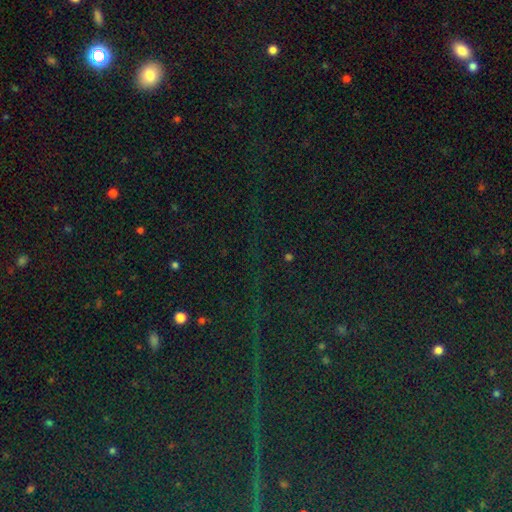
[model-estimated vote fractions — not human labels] Overall: star or artifact (84%).